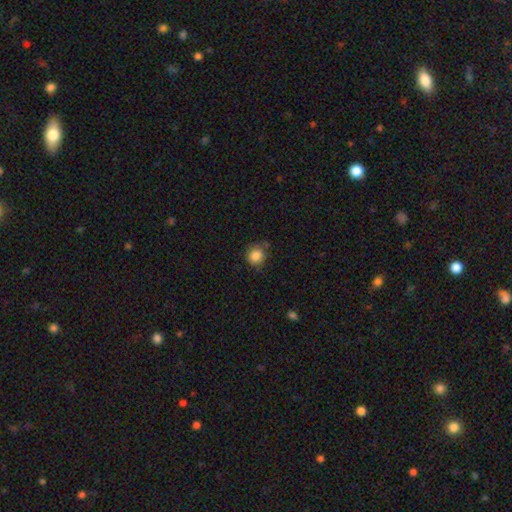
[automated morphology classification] This is clearly a smooth galaxy (86%). How rounded: clearly round (85%). Merging: likely none (68%).